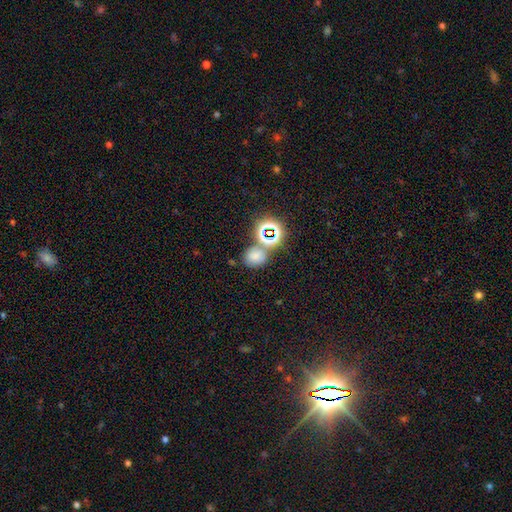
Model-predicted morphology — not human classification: This is likely a smooth galaxy (66%). How rounded: likely round (64%). Merging: likely none (60%).